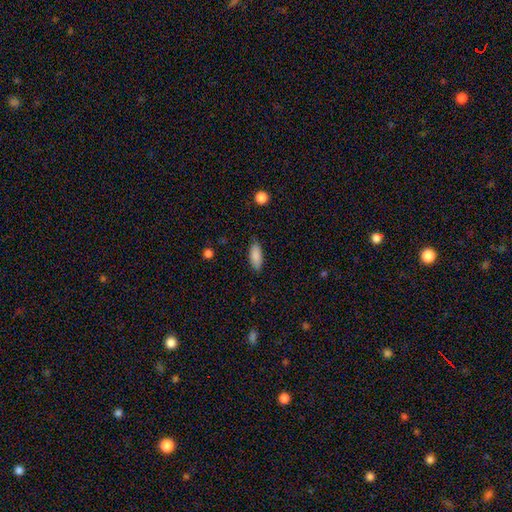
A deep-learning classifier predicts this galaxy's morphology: smooth_or_featured: smooth (p=0.88) [alt: star or artifact p=0.06]
how_rounded: in between (p=0.79) [alt: cigar-shaped p=0.19]
merging: none (p=0.83) [alt: minor disturbance p=0.13]